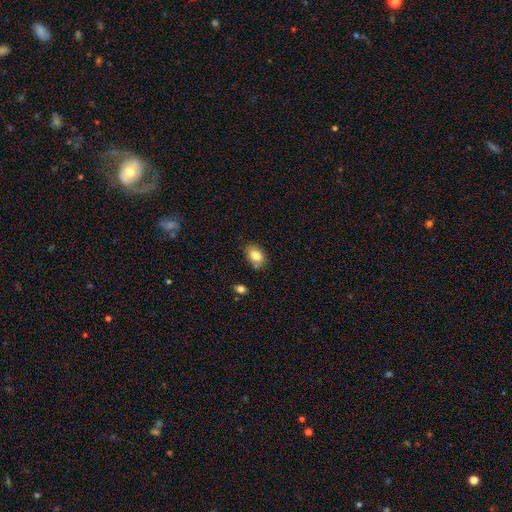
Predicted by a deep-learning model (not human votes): The model was most divided on "merging": none: 78%, minor disturbance: 15%, merger: 4%, major disturbance: 3%. More confident: how rounded — in between (84%); smooth or featured — smooth (82%).